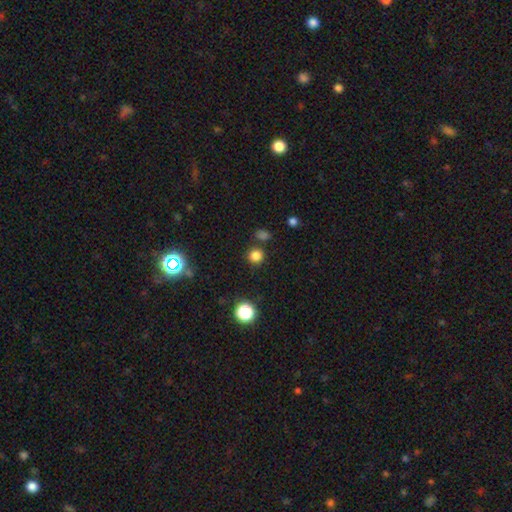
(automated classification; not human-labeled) smooth-or-featured: smooth: 80% | star or artifact: 16% | featured or disk: 4%
  how-rounded: round: 91% | in between: 8% | cigar-shaped: 1%
  merging: none: 83% | minor disturbance: 8% | merger: 6% | major disturbance: 3%